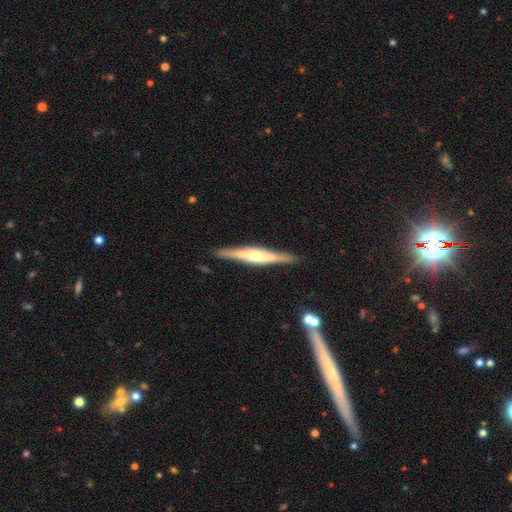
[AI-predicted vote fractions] Smooth or featured? featured or disk (72%)
Edge-on disk? yes (97%)
Edge-on bulge? rounded (81%)
Merging? none (89%)